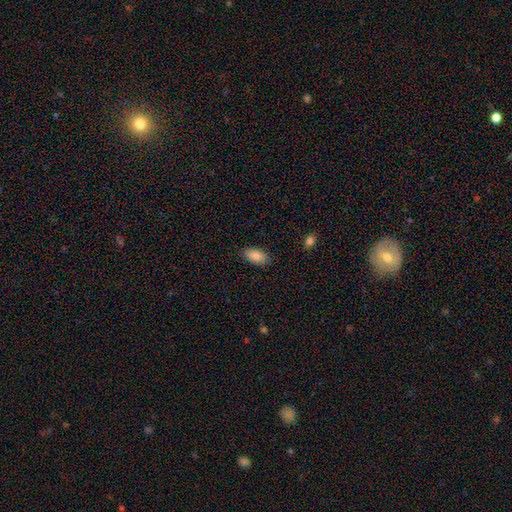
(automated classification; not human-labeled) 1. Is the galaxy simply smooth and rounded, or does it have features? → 88% smooth, 7% star or artifact, 5% featured or disk.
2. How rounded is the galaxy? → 94% in between, 3% round, 3% cigar-shaped.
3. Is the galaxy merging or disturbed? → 86% none, 10% minor disturbance, 2% major disturbance, 1% merger.